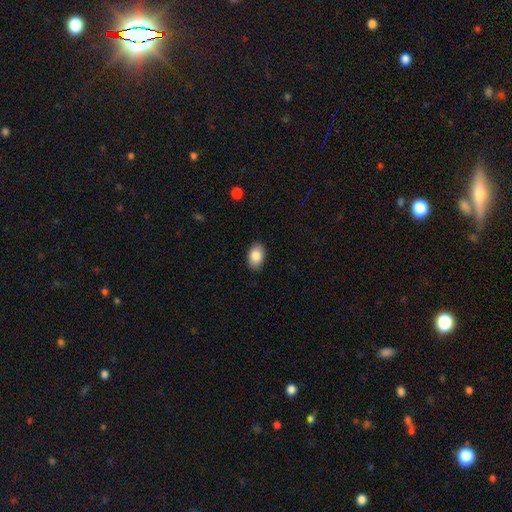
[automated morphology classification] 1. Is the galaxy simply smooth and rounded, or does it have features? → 86% smooth, 7% featured or disk, 7% star or artifact.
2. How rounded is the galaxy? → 87% in between, 12% round, 1% cigar-shaped.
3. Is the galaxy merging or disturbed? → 88% none, 9% minor disturbance, 2% major disturbance, 1% merger.